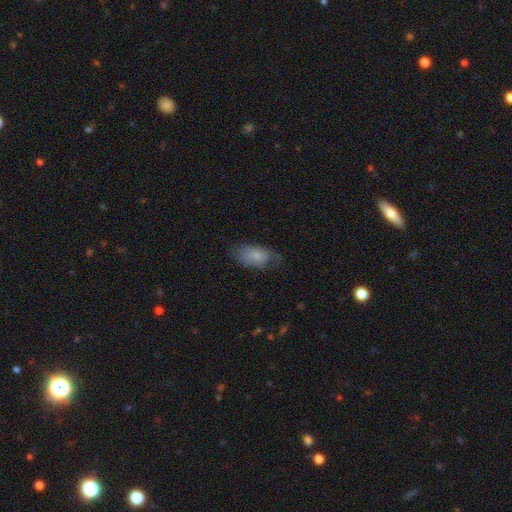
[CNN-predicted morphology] type=smooth (73%); roundness=in between (92%); merging=none (51%).